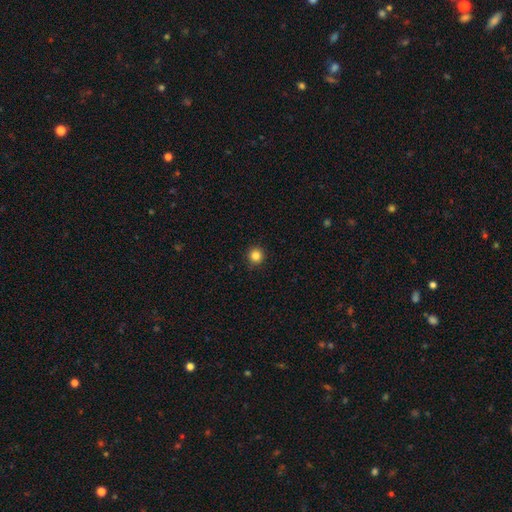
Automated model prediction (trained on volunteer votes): Smooth or featured: smooth — 85% (star or artifact — 11%)
How rounded: round — 95% (in between — 4%)
Merging: none — 92% (minor disturbance — 5%)